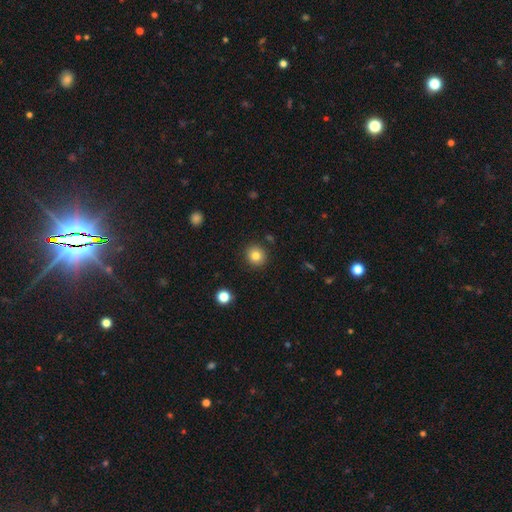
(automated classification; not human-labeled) Smooth or featured? smooth (81%)
How rounded? round (90%)
Merging? none (89%)